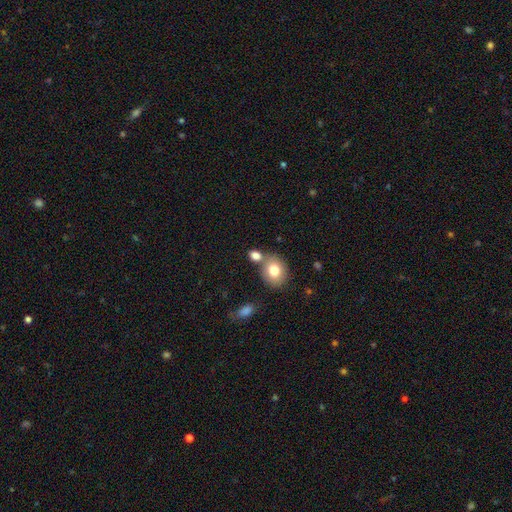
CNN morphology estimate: smooth 80%, featured or disk 10%, star or artifact 10%. Down the decision tree: how rounded — round (51%); merging — none (55%).